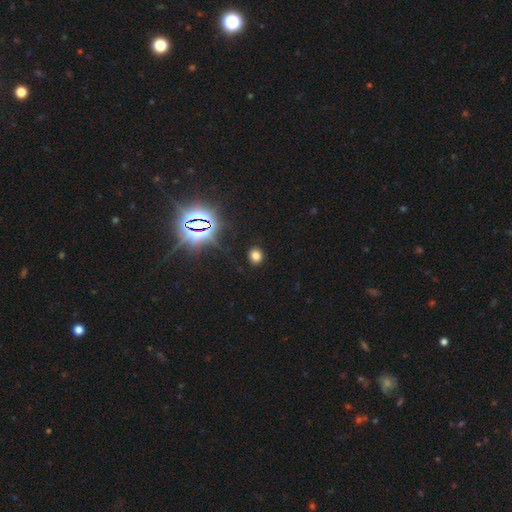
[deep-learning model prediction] smooth-or-featured: smooth: 70% | star or artifact: 24% | featured or disk: 6%
  how-rounded: round: 78% | in between: 21% | cigar-shaped: 1%
  merging: none: 88% | minor disturbance: 8% | major disturbance: 3% | merger: 1%